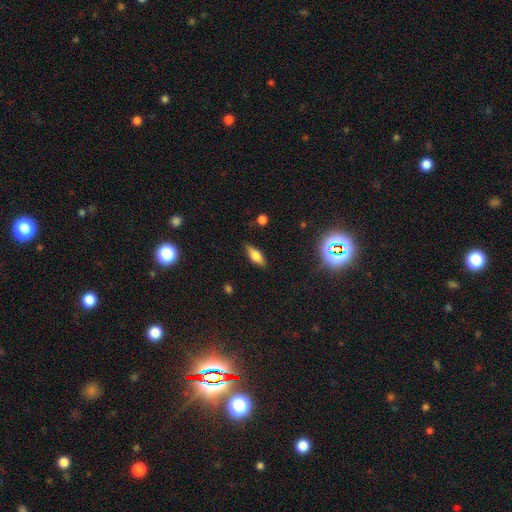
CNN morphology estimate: A smooth galaxy with no disk features (60%) that is in between round and cigar-shaped (69%).

Vote fractions:
- Smooth or featured? smooth: 60% / featured or disk: 30% / star or artifact: 10%
- How rounded? in between: 69% / cigar-shaped: 27% / round: 4%
- Merging? none: 84% / minor disturbance: 12% / major disturbance: 3% / merger: 1%